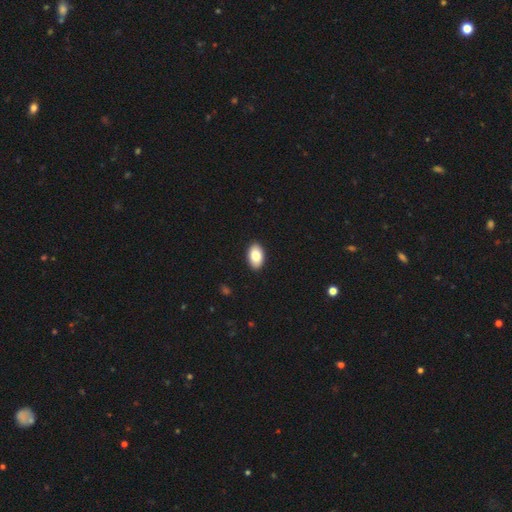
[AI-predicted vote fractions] Smooth or featured? smooth (85%)
How rounded? in between (94%)
Merging? none (91%)